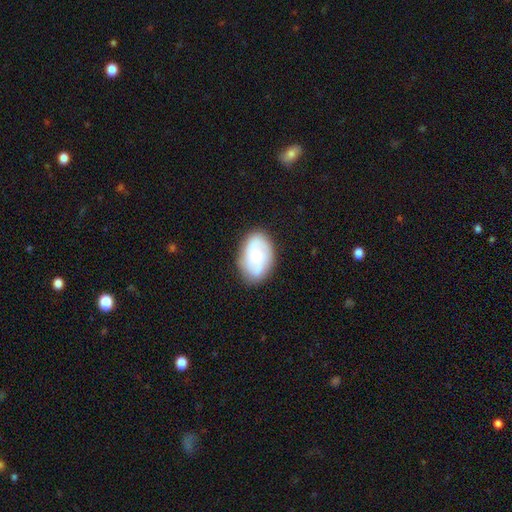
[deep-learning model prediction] This is possibly a featured or disk galaxy (52%). It is clearly not viewed edge-on (95%). Merging: clearly none (81%).